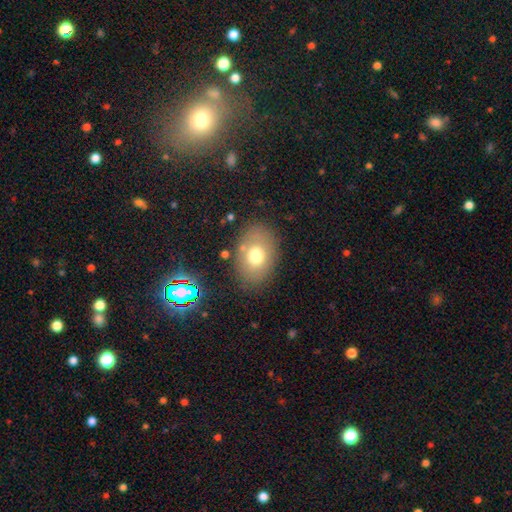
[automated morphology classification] Smooth or featured? Predicted: smooth (p=0.69). How rounded? Predicted: in between (p=0.74). Merging? Predicted: none (p=0.78).